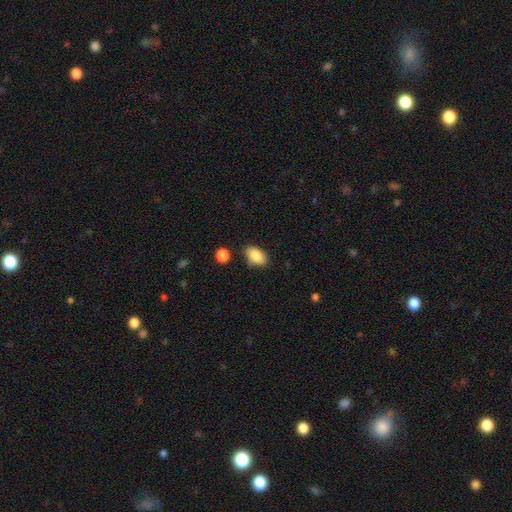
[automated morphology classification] Smooth or featured? Predicted: smooth (p=0.86). How rounded? Predicted: in between (p=0.90). Merging? Predicted: none (p=0.79).